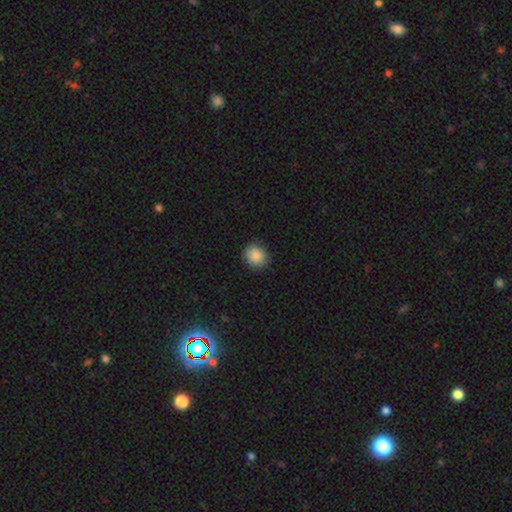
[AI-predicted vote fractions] The model was most divided on "how rounded": round: 79%, in between: 20%, cigar-shaped: 1%. More confident: smooth or featured — smooth (87%); merging — none (86%).